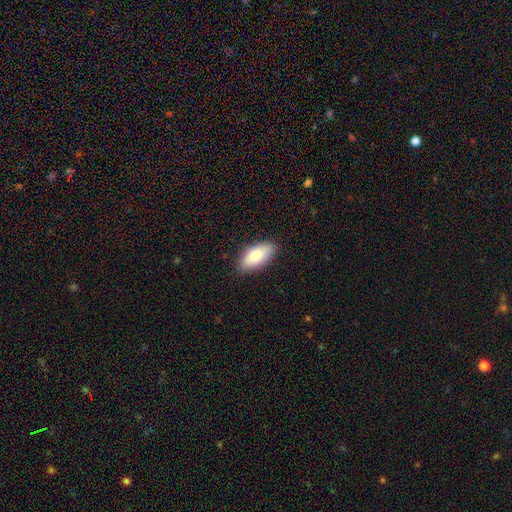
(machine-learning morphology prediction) smooth-or-featured: smooth: 85% | featured or disk: 9% | star or artifact: 6%
  how-rounded: in between: 88% | cigar-shaped: 10% | round: 2%
  merging: none: 87% | minor disturbance: 10% | major disturbance: 2% | merger: 1%